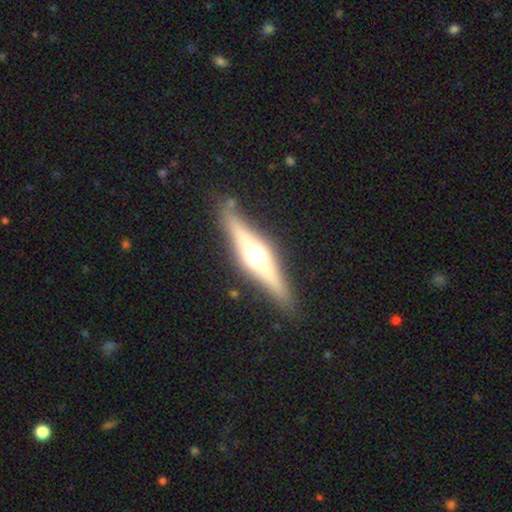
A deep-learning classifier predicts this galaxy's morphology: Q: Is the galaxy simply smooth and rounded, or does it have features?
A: featured or disk — 74%.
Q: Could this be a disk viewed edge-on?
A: yes — 96%.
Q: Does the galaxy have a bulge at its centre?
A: rounded — 92%.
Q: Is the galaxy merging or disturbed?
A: none — 86%.